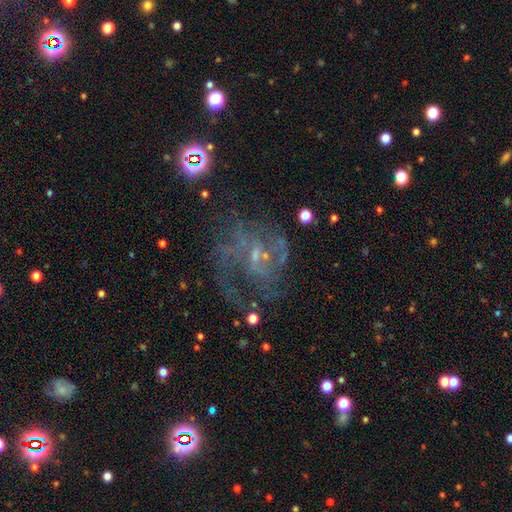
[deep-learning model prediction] A featured or disk galaxy (69%) with no bar (54%), spiral arms (74%) and a small central bulge (57%).

Vote fractions:
- Smooth or featured? featured or disk: 69% / star or artifact: 20% / smooth: 11%
- Edge-on disk? no: 98% / yes: 2%
- Bar? no: 54% / weak: 38% / strong: 9%
- Spiral arms? yes: 74% / no: 26%
- Bulge size? small: 57% / none: 27% / moderate: 14% / large: 1% / dominant: 1%
- Merging? none: 49% / major disturbance: 30% / minor disturbance: 16% / merger: 5%